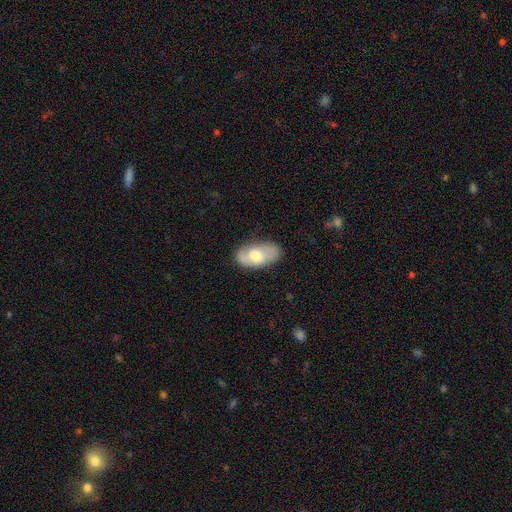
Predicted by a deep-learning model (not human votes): smooth 54%, featured or disk 39%, star or artifact 6%. Down the decision tree: how rounded — in between (93%); merging — none (70%).